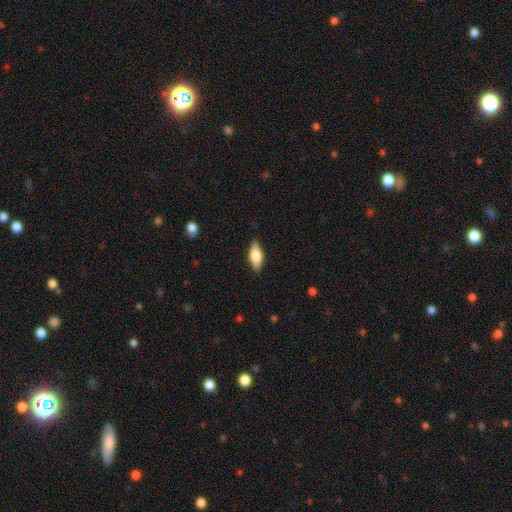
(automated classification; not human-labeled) Overall: smooth (63%; featured or disk 30%). How rounded: in between (76%). Merging: none (86%).